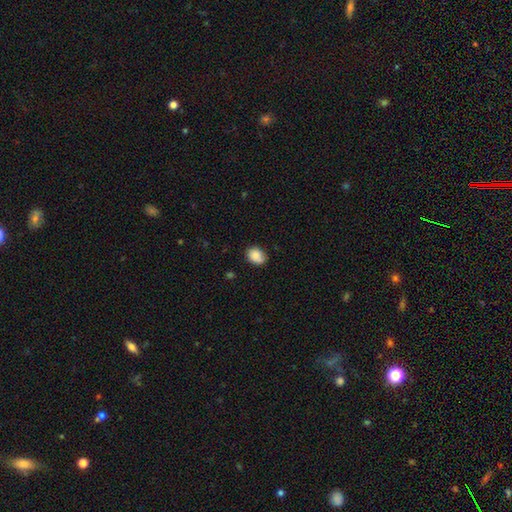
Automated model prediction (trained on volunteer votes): A smooth galaxy with no disk features (81%) that is in between round and cigar-shaped (58%).

Vote fractions:
- Smooth or featured? smooth: 81% / featured or disk: 11% / star or artifact: 9%
- How rounded? in between: 58% / round: 41% / cigar-shaped: 1%
- Merging? none: 68% / minor disturbance: 24% / major disturbance: 5% / merger: 3%